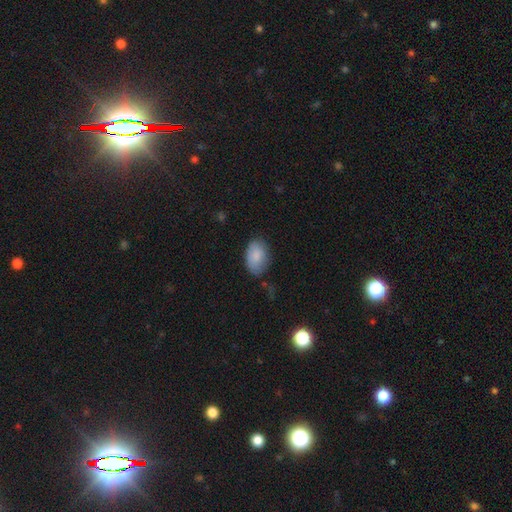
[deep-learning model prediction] smooth-or-featured: smooth: 85% | featured or disk: 9% | star or artifact: 6%
  how-rounded: in between: 89% | round: 9% | cigar-shaped: 1%
  merging: none: 69% | minor disturbance: 24% | major disturbance: 6% | merger: 2%